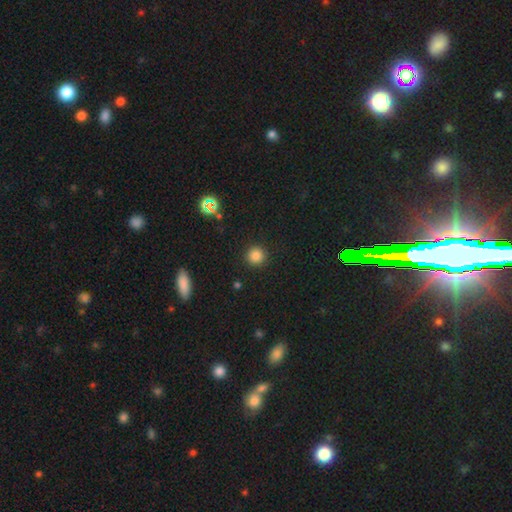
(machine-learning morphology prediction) smooth_or_featured: smooth (p=0.83) [alt: star or artifact p=0.13]
how_rounded: round (p=0.94) [alt: in between p=0.05]
merging: none (p=0.91) [alt: minor disturbance p=0.05]